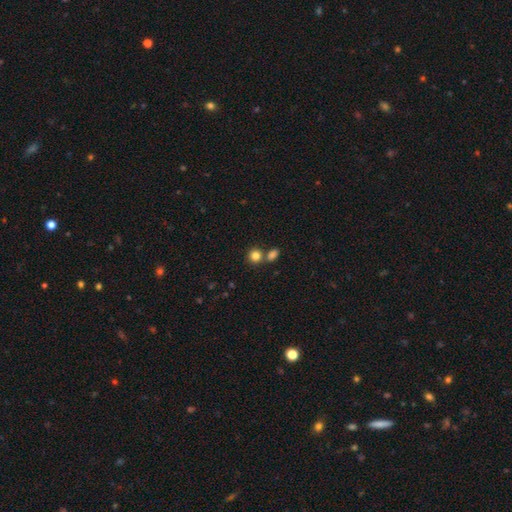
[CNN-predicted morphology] smooth-or-featured: smooth: 83% | star or artifact: 11% | featured or disk: 6%
  how-rounded: round: 83% | in between: 16% | cigar-shaped: 1%
  merging: none: 62% | merger: 27% | minor disturbance: 8% | major disturbance: 3%